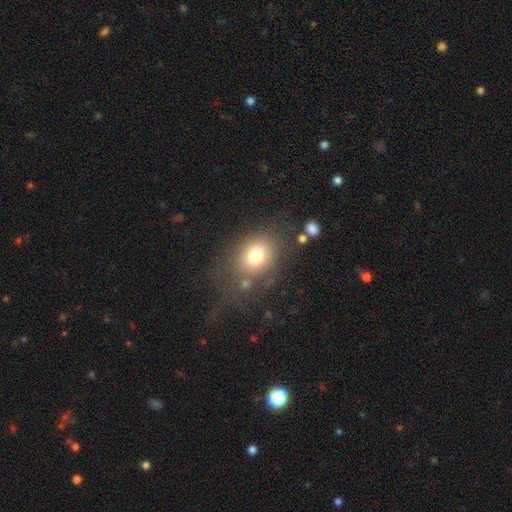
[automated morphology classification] Smooth or featured: smooth — 75% (featured or disk — 14%)
How rounded: in between — 52% (round — 47%)
Merging: none — 63% (minor disturbance — 17%)